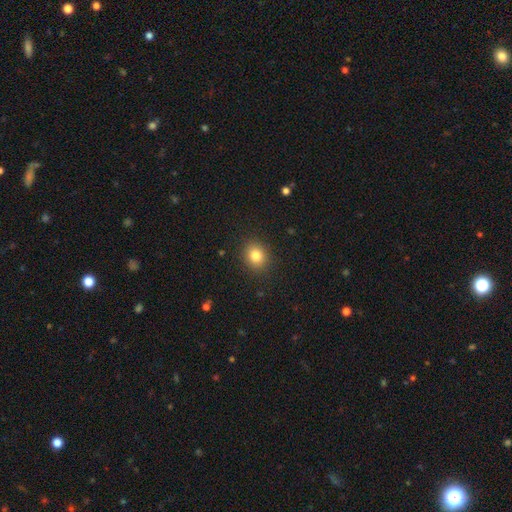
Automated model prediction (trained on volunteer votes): smooth-or-featured: smooth: 82% | star or artifact: 11% | featured or disk: 6%
  how-rounded: round: 72% | in between: 27% | cigar-shaped: 1%
  merging: none: 90% | minor disturbance: 7% | major disturbance: 2% | merger: 1%